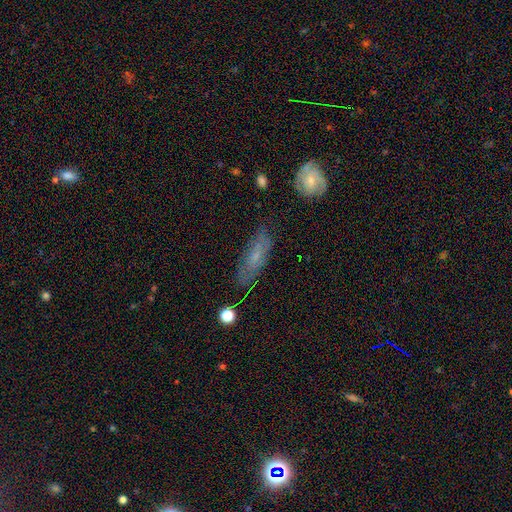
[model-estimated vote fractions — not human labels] Overall: smooth (47%; featured or disk 42%). Merging: none (68%).